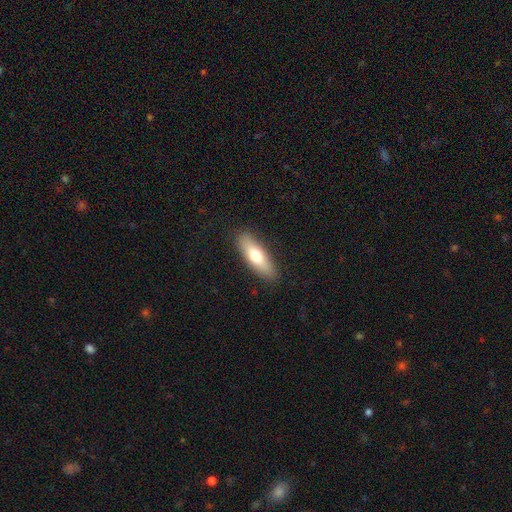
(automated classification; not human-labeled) Smooth or featured?
  - smooth: 68% *
  - featured or disk: 26%
  - star or artifact: 6%
How rounded?
  - in between: 52% *
  - cigar-shaped: 46%
  - round: 2%
Merging?
  - none: 88% *
  - minor disturbance: 9%
  - major disturbance: 2%
  - merger: 1%